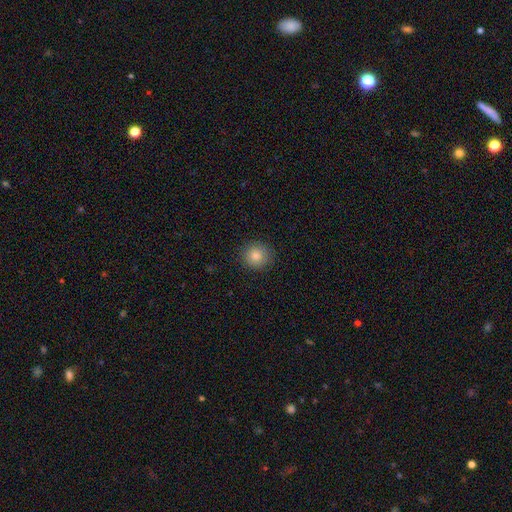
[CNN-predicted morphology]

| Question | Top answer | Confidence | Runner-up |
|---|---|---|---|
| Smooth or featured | smooth | 82% | star or artifact (12%) |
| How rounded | round | 93% | in between (6%) |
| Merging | none | 92% | minor disturbance (6%) |